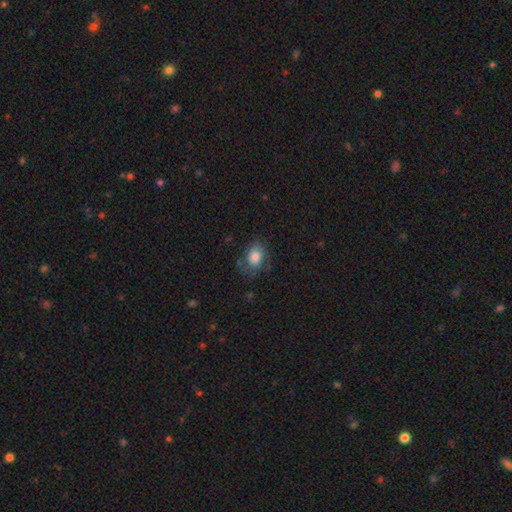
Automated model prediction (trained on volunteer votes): A smooth galaxy with no disk features (76%) that is in between round and cigar-shaped (72%).

Vote fractions:
- Smooth or featured? smooth: 76% / featured or disk: 14% / star or artifact: 10%
- How rounded? in between: 72% / round: 26% / cigar-shaped: 1%
- Merging? none: 66% / minor disturbance: 23% / major disturbance: 9% / merger: 2%